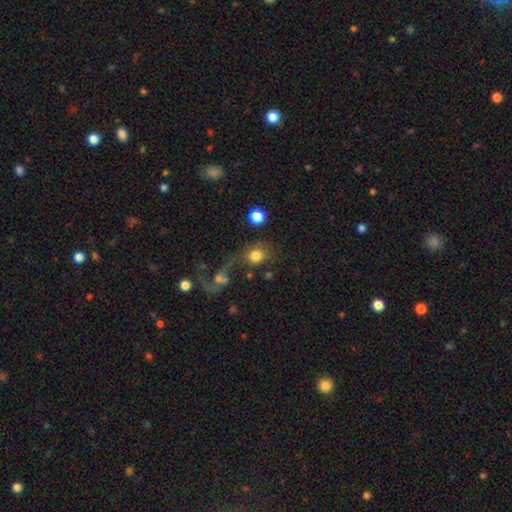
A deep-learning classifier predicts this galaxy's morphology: This appears to be a smooth galaxy with no disk features (76%) that is round (74%). Merging: none (41%).